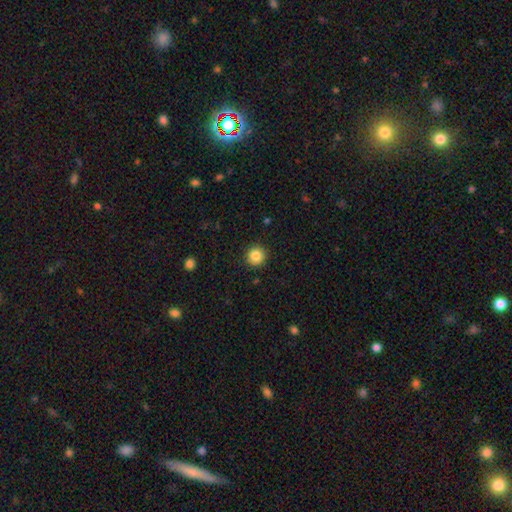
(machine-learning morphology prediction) Smooth or featured? Predicted: smooth (p=0.85). How rounded? Predicted: round (p=0.95). Merging? Predicted: none (p=0.92).